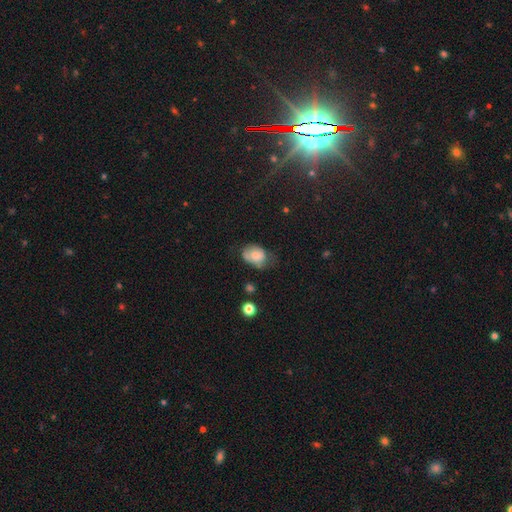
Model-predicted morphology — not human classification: This is likely a smooth galaxy (69%). How rounded: likely in between (75%). Merging: marginally none (41%).